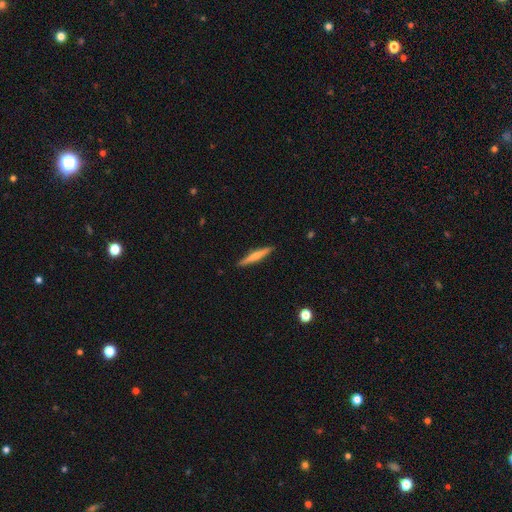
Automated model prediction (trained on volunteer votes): Smooth or featured? Predicted: smooth (p=0.49). Merging? Predicted: none (p=0.91).